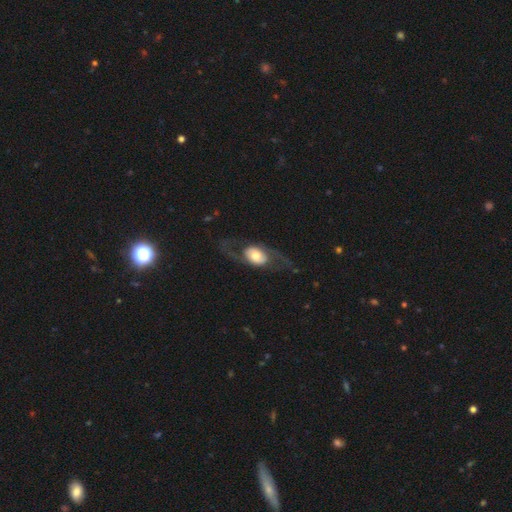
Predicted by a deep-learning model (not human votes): featured or disk 65%, smooth 30%, star or artifact 5%. Down the decision tree: edge-on disk — no (85%); bar — no (71%); spiral arms — yes (62%); bulge size — moderate (45%); merging — none (63%).